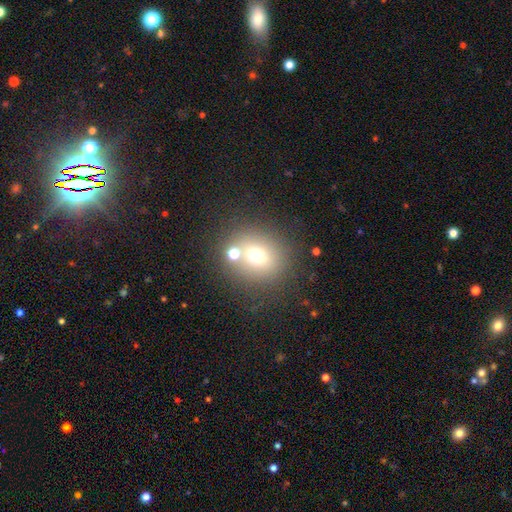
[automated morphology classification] smooth-or-featured: smooth: 66% | star or artifact: 18% | featured or disk: 16%
  how-rounded: round: 77% | in between: 22% | cigar-shaped: 1%
  merging: none: 66% | merger: 18% | minor disturbance: 10% | major disturbance: 5%